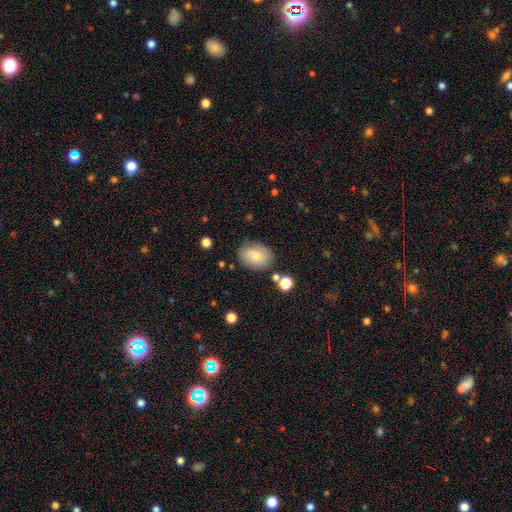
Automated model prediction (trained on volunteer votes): A smooth galaxy with no disk features (76%) that is in between round and cigar-shaped (63%). Merging: none (79%).